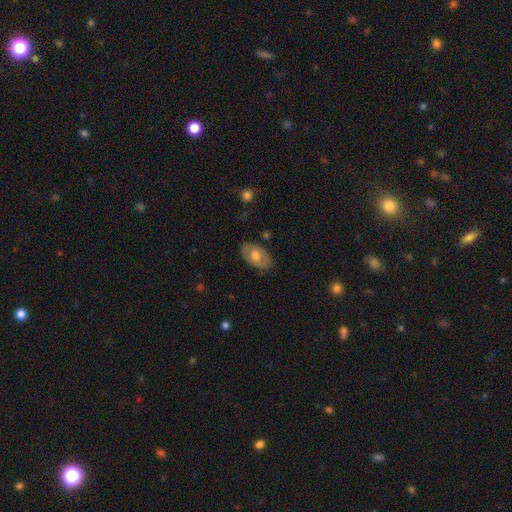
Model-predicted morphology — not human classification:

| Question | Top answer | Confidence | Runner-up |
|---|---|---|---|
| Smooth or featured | smooth | 57% | featured or disk (37%) |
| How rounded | in between | 90% | round (9%) |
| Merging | none | 81% | minor disturbance (14%) |